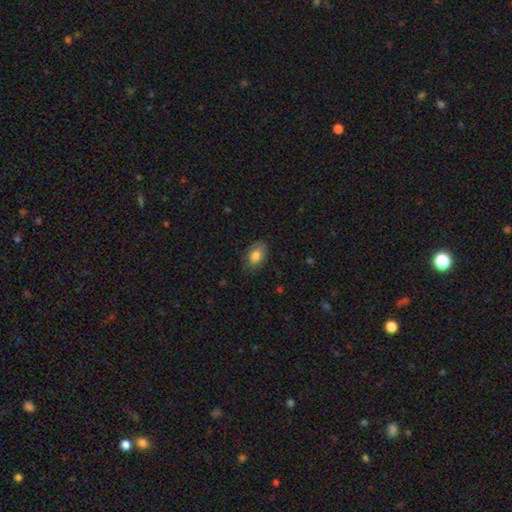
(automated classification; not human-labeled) A smooth galaxy with no disk features (81%) that is in between round and cigar-shaped (87%).

Vote fractions:
- Smooth or featured? smooth: 81% / featured or disk: 11% / star or artifact: 8%
- How rounded? in between: 87% / round: 11% / cigar-shaped: 2%
- Merging? none: 80% / minor disturbance: 16% / major disturbance: 3% / merger: 1%